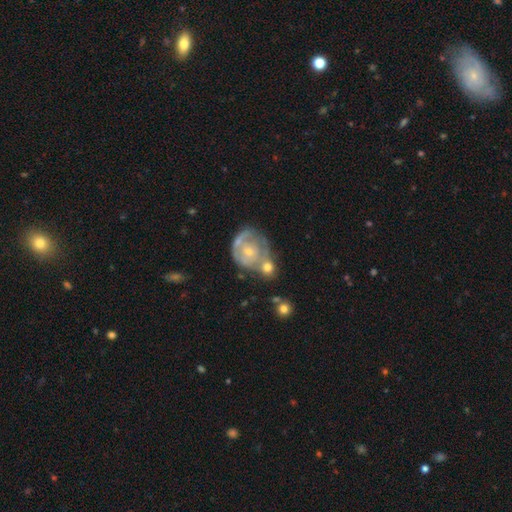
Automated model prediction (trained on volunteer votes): A featured or disk galaxy (74%) with no bar (71%), 2 (42%) tight (59%) spiral arms (81%) and a small central bulge (51%). Merging: none (45%).